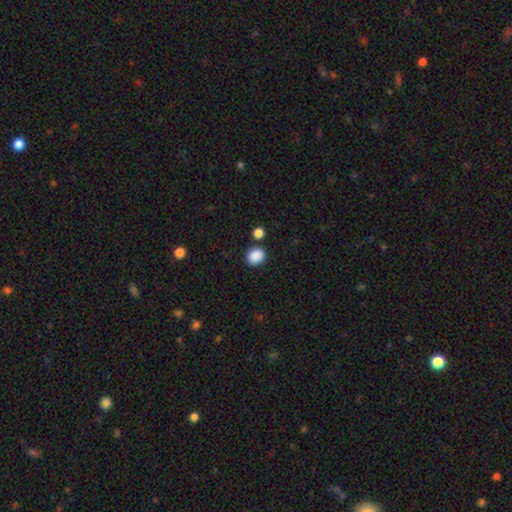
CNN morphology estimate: Smooth or featured? Predicted: smooth (p=0.88). How rounded? Predicted: round (p=0.74). Merging? Predicted: none (p=0.82).